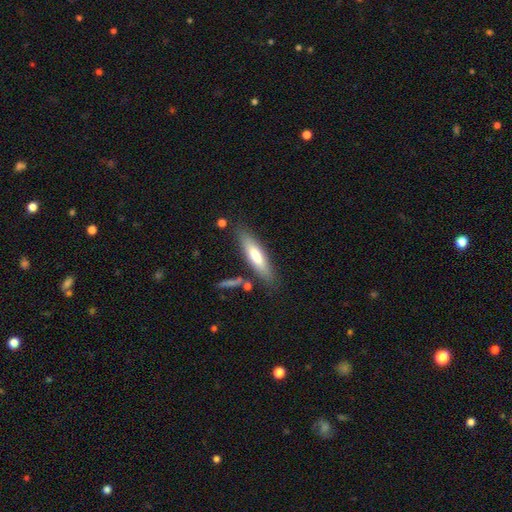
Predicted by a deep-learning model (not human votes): Smooth or featured? smooth (68%)
How rounded? cigar-shaped (67%)
Merging? none (80%)